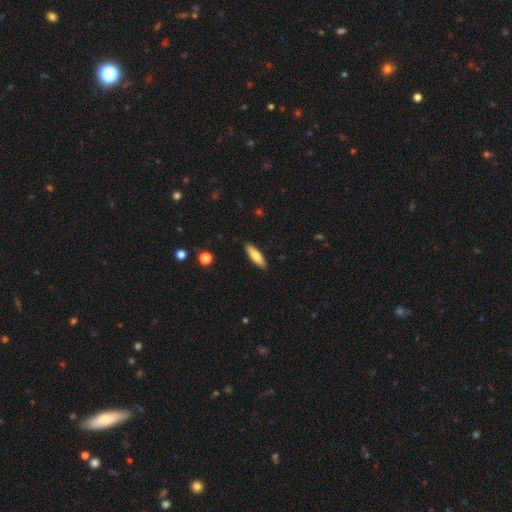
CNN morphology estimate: Overall: smooth (76%). How rounded: cigar-shaped (60%; in between 38%). Merging: none (89%).